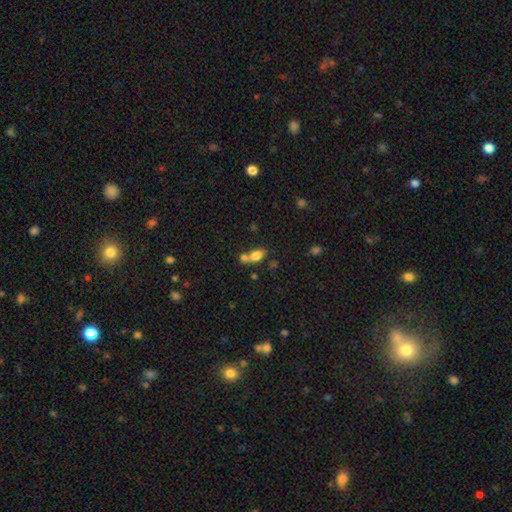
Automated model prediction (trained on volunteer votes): This is likely a smooth galaxy (78%). How rounded: clearly in between (81%). Merging: possibly merger (49%).